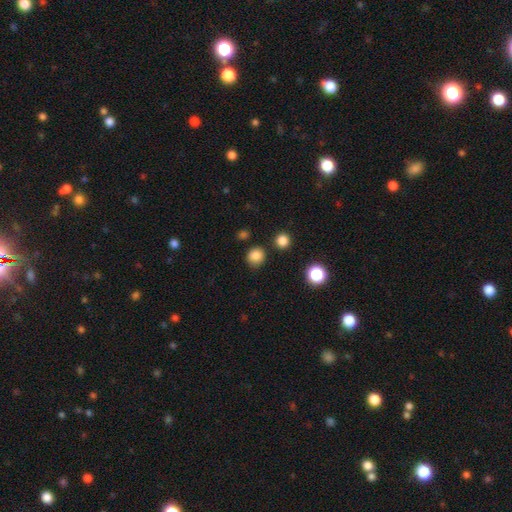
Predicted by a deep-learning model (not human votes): smooth_or_featured: smooth (p=0.83) [alt: star or artifact p=0.13]
how_rounded: round (p=0.85) [alt: in between p=0.14]
merging: none (p=0.83) [alt: minor disturbance p=0.10]